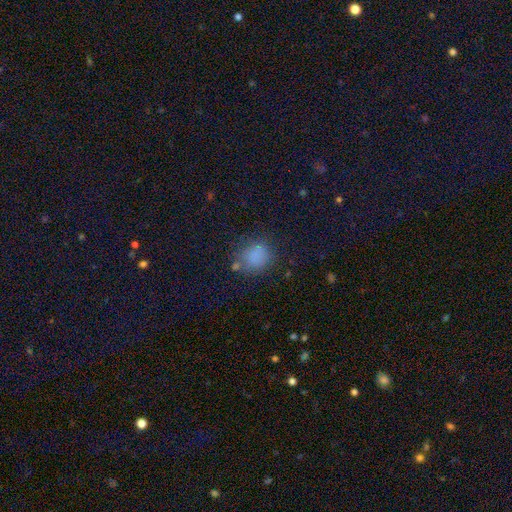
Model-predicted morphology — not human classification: Smooth or featured: smooth — 78% (star or artifact — 14%)
How rounded: round — 66% (in between — 33%)
Merging: none — 66% (minor disturbance — 19%)